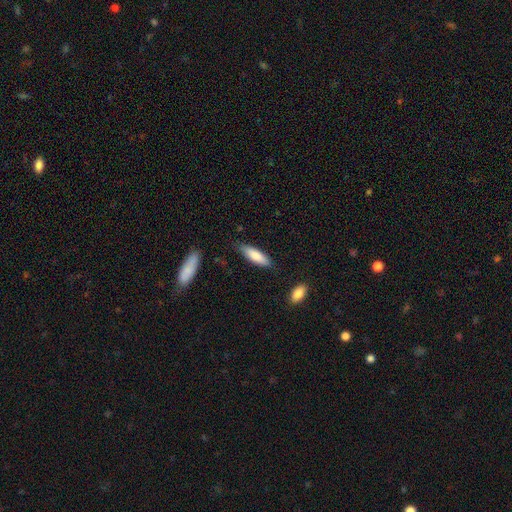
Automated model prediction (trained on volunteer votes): smooth_or_featured: smooth (p=0.81) [alt: featured or disk p=0.13]
how_rounded: cigar-shaped (p=0.55) [alt: in between p=0.44]
merging: none (p=0.80) [alt: minor disturbance p=0.15]